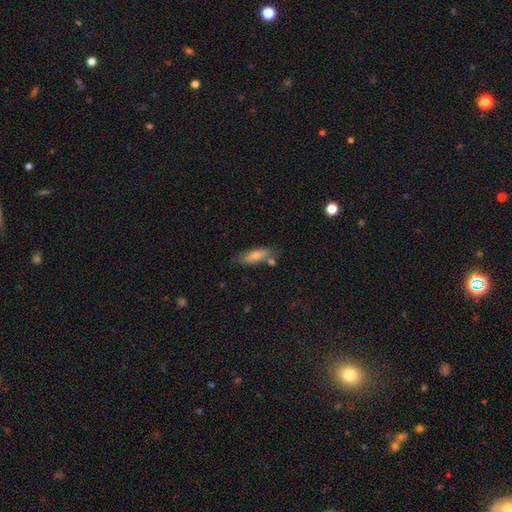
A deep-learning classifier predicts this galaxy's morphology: Q: Smooth or featured?
A: smooth (74%); runner-up: featured or disk (19%)
Q: How rounded?
A: in between (60%); runner-up: cigar-shaped (38%)
Q: Merging?
A: none (64%); runner-up: minor disturbance (18%)